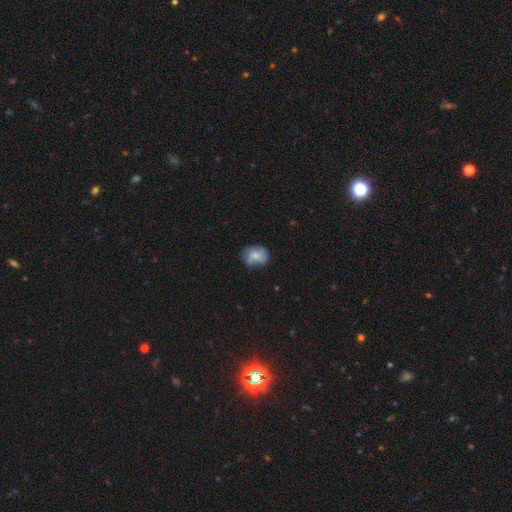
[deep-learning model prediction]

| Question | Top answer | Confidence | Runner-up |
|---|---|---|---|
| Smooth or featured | smooth | 61% | featured or disk (31%) |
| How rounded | round | 60% | in between (39%) |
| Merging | none | 58% | minor disturbance (28%) |